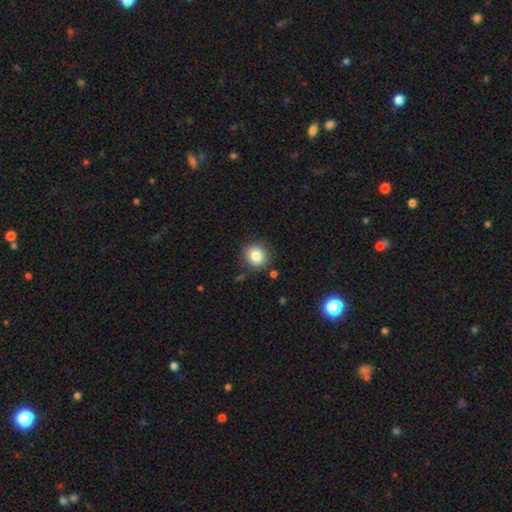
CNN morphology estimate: Smooth or featured?
  - smooth: 84% *
  - star or artifact: 10%
  - featured or disk: 7%
How rounded?
  - round: 82% *
  - in between: 17%
  - cigar-shaped: 1%
Merging?
  - none: 85% *
  - minor disturbance: 10%
  - merger: 3%
  - major disturbance: 3%